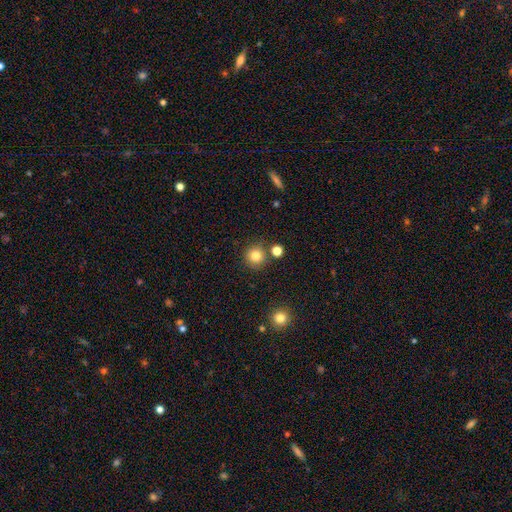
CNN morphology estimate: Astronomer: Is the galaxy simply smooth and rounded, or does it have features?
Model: smooth — 83%.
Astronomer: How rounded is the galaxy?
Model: round — 94%.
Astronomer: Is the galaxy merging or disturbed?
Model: none — 83%.